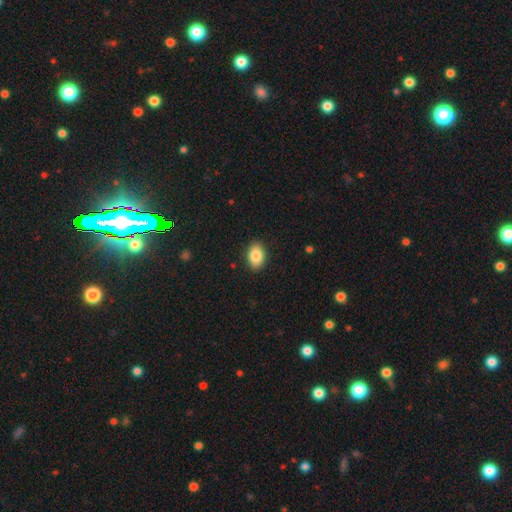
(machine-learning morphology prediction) This is clearly a smooth galaxy (85%). How rounded: clearly in between (83%). Merging: clearly none (89%).